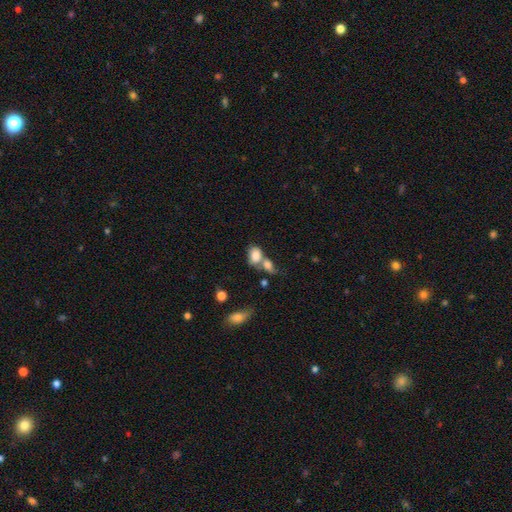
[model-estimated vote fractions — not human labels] Smooth or featured? smooth (79%)
How rounded? in between (80%)
Merging? merger (56%)